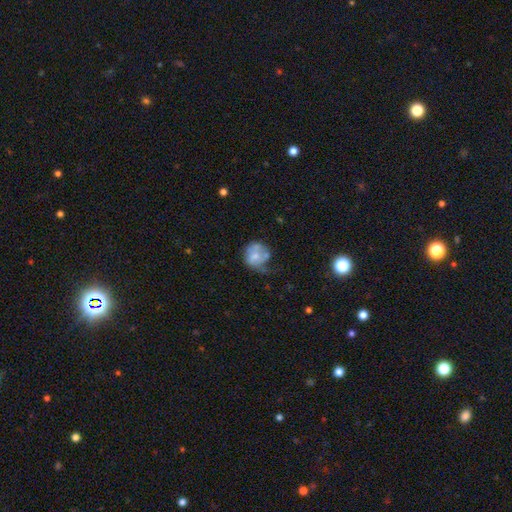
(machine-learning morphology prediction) Smooth or featured: smooth — 49% (featured or disk — 42%)
Merging: none — 31% (tied with major disturbance — 31%)